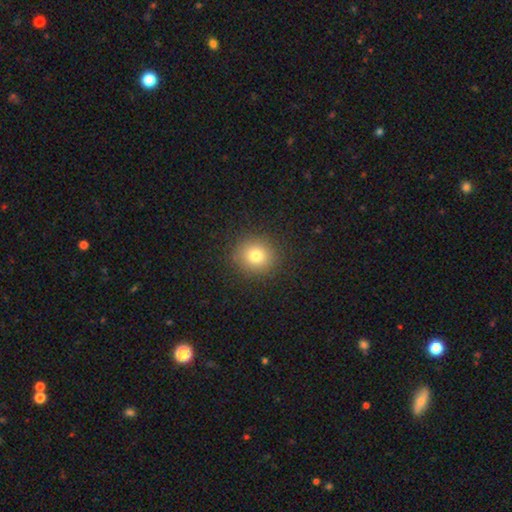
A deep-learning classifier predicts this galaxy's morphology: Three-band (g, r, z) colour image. It shows a smooth galaxy with no disk features (78%) that is round (90%). Merging: none (90%).